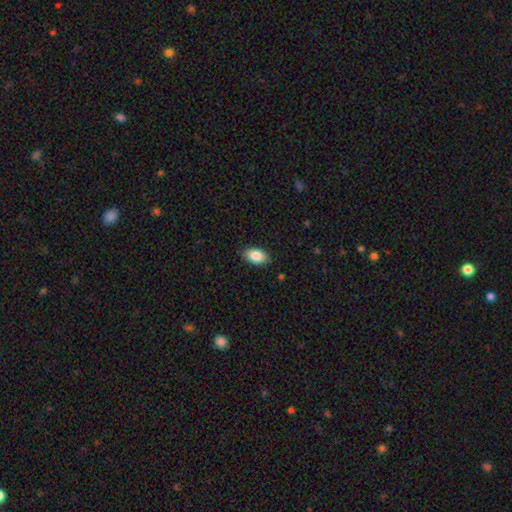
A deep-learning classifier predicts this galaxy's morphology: Q: Smooth or featured?
A: smooth (87%); runner-up: star or artifact (7%)
Q: How rounded?
A: in between (92%); runner-up: round (6%)
Q: Merging?
A: none (87%); runner-up: minor disturbance (10%)